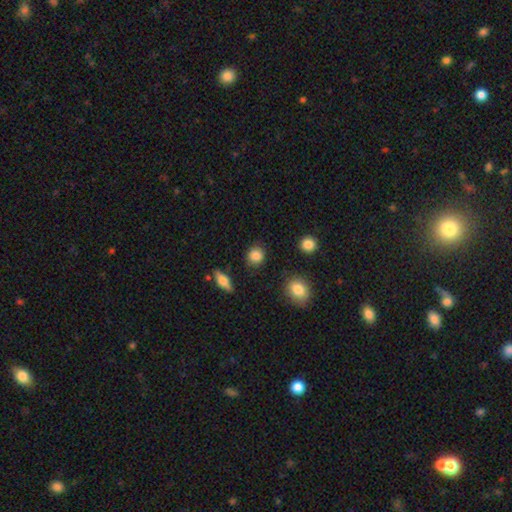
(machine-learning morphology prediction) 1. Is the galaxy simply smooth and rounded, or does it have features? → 85% smooth, 9% star or artifact, 6% featured or disk.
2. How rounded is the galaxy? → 80% round, 18% in between, 2% cigar-shaped.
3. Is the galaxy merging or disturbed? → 85% none, 10% minor disturbance, 3% major disturbance, 2% merger.